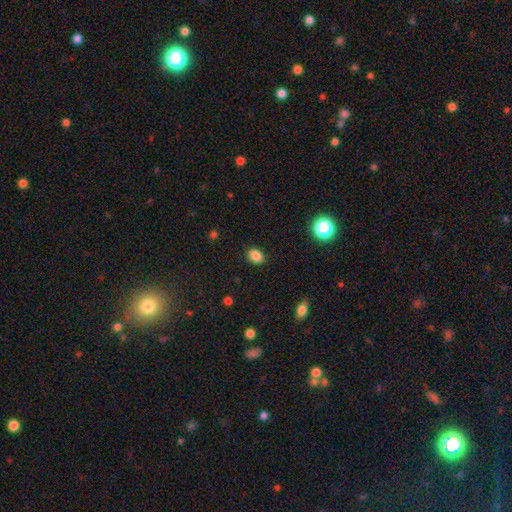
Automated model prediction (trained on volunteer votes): The model was most divided on "how rounded": in between: 67%, round: 32%, cigar-shaped: 1%. More confident: merging — none (88%); smooth or featured — smooth (85%).